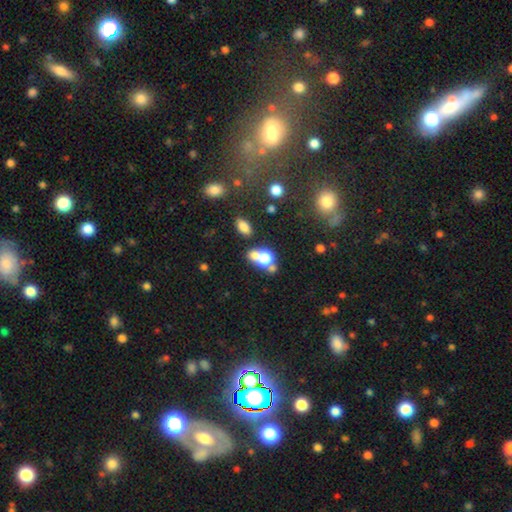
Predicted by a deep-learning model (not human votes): The model was most divided on "how rounded": round: 57%, in between: 41%, cigar-shaped: 2%. More confident: smooth or featured — smooth (64%); merging — merger (51%).